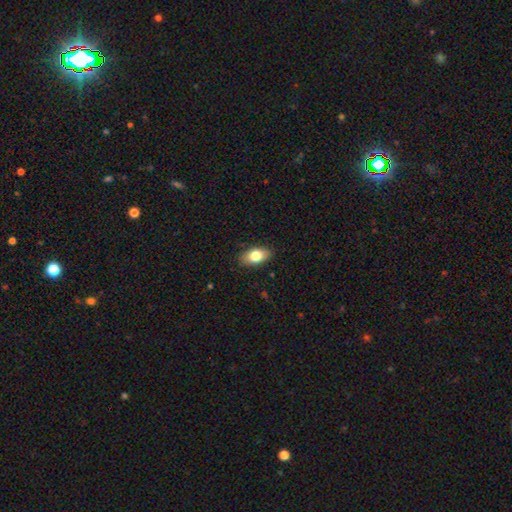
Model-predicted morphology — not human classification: smooth_or_featured: smooth (p=0.79) [alt: featured or disk p=0.14]
how_rounded: in between (p=0.90) [alt: round p=0.06]
merging: none (p=0.87) [alt: minor disturbance p=0.10]